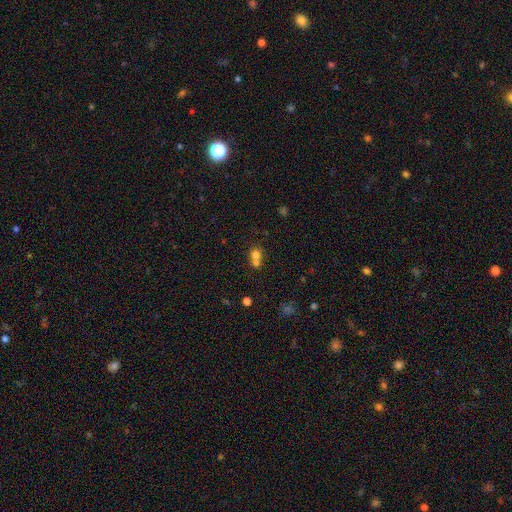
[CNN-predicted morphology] Overall: smooth (72%). How rounded: round (77%). Merging: merger (62%; none 31%).